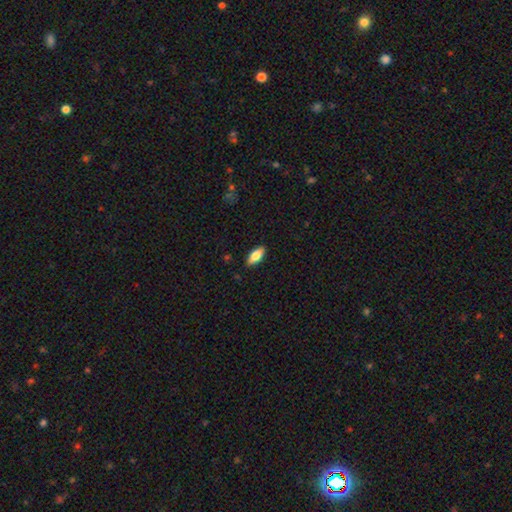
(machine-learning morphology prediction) This is likely a smooth galaxy (74%). How rounded: clearly in between (82%). Merging: clearly none (88%).